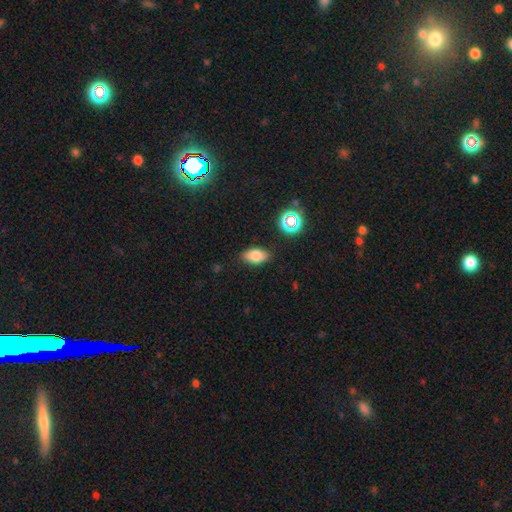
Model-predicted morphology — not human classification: A smooth galaxy with no disk features (78%) that is in between round and cigar-shaped (89%). Merging: none (84%).